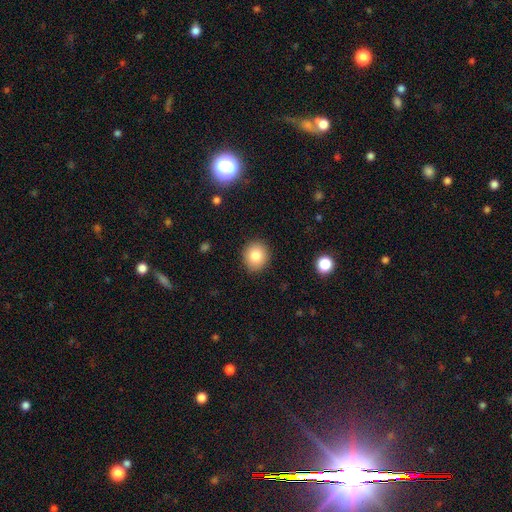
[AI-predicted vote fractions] Overall: smooth (82%). How rounded: round (84%). Merging: none (90%).